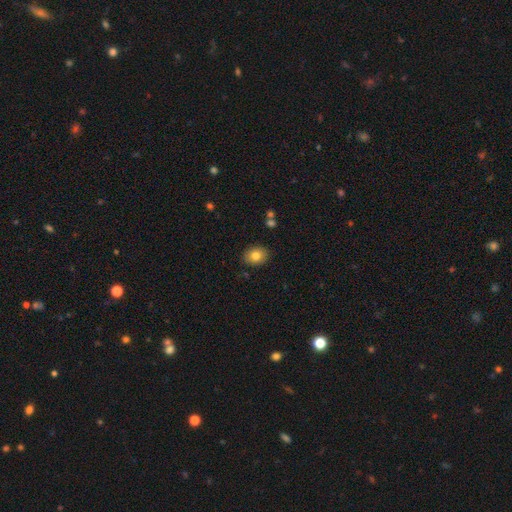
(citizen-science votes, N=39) smooth_or_featured: smooth (p=0.82) [alt: featured or disk p=0.15]
how_rounded: round (p=0.50) [tied with: in between p=0.50]
merging: none (p=0.92) [alt: minor disturbance p=0.08]